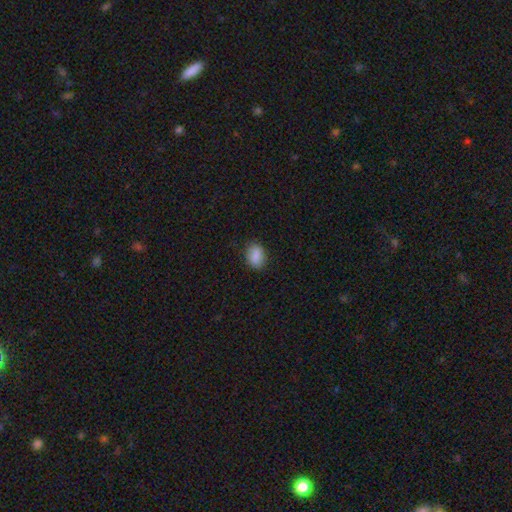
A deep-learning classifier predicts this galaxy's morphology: Overall: smooth (87%). How rounded: in between (74%). Merging: none (84%).